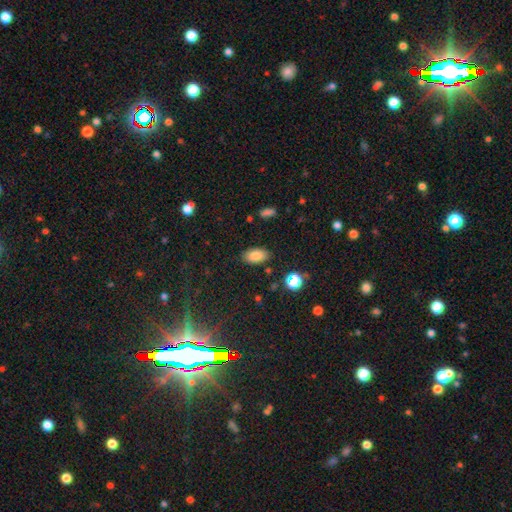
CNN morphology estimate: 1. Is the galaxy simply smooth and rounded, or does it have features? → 82% smooth, 10% star or artifact, 7% featured or disk.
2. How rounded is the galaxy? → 92% in between, 5% round, 3% cigar-shaped.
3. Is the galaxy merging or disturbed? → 85% none, 10% minor disturbance, 3% major disturbance, 2% merger.